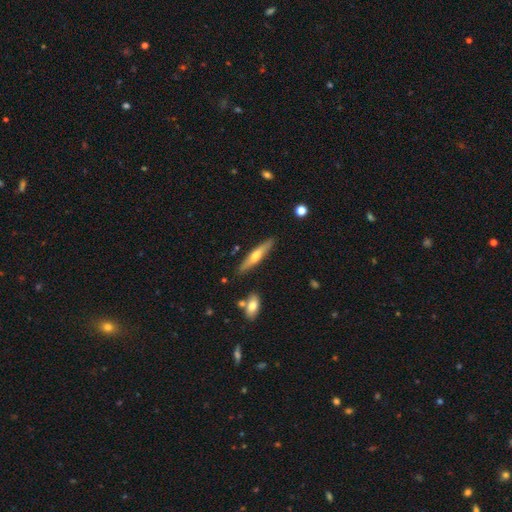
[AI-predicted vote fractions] The model was most divided on "smooth or featured": featured or disk: 51%, smooth: 43%, star or artifact: 6%. More confident: edge-on disk — yes (93%); merging — none (86%).